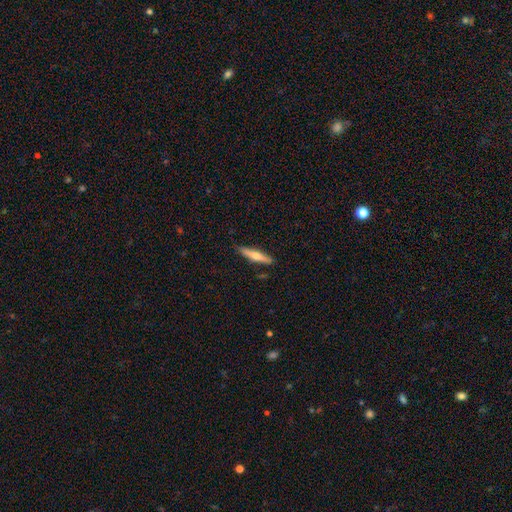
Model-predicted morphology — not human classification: This is possibly a smooth galaxy (50%). Merging: clearly none (88%).